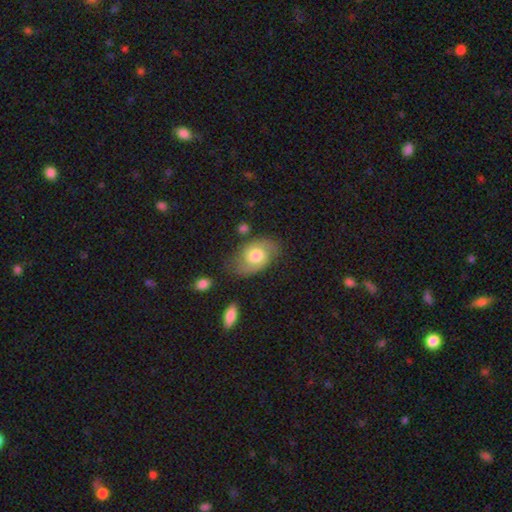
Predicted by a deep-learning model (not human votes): Smooth or featured?
  - featured or disk: 48% *
  - smooth: 45%
  - star or artifact: 7%
Merging?
  - none: 65% *
  - minor disturbance: 23%
  - major disturbance: 9%
  - merger: 3%